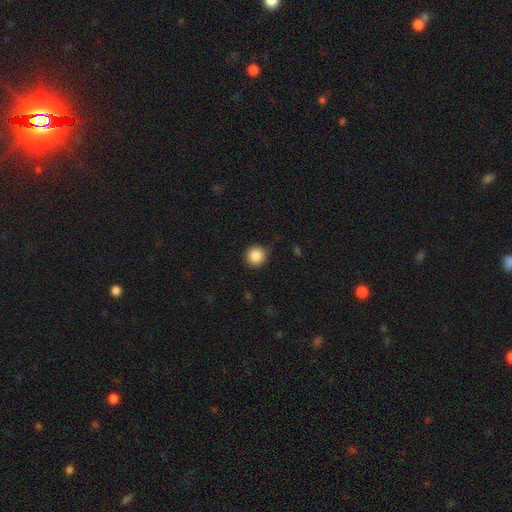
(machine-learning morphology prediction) smooth 87%, star or artifact 10%, featured or disk 4%. Down the decision tree: how rounded — round (95%); merging — none (84%).